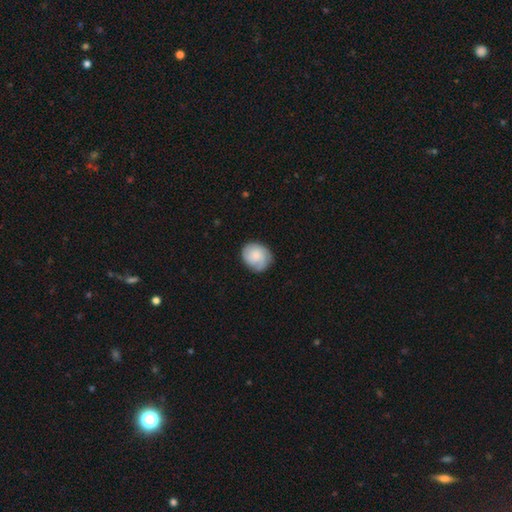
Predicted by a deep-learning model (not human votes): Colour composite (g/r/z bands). It shows a smooth galaxy with no disk features (60%) that is round (65%). Merging: none (78%).